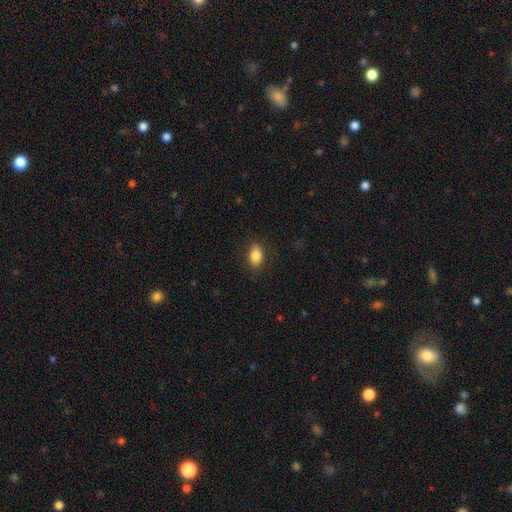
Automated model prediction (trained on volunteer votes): Overall: smooth (85%). How rounded: in between (86%). Merging: none (86%).